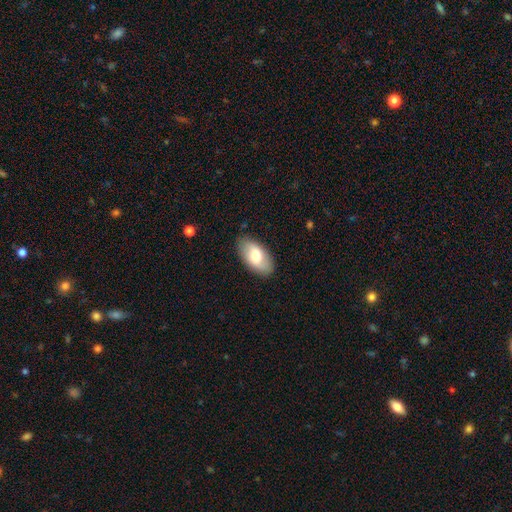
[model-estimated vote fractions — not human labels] Smooth or featured? smooth (70%)
How rounded? in between (95%)
Merging? none (85%)